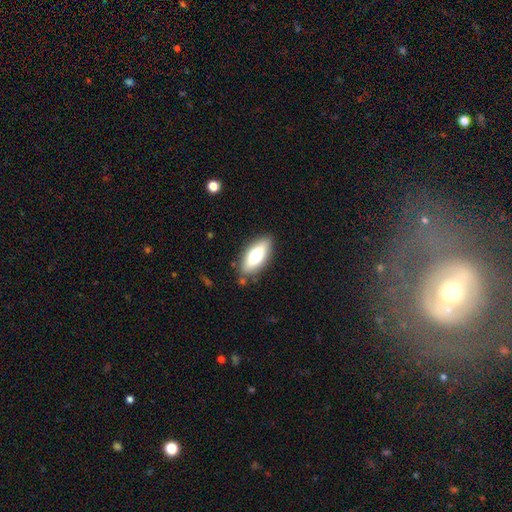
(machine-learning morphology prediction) The model was most divided on "smooth or featured": smooth: 68%, featured or disk: 26%, star or artifact: 6%. More confident: merging — none (84%); how rounded — in between (75%).